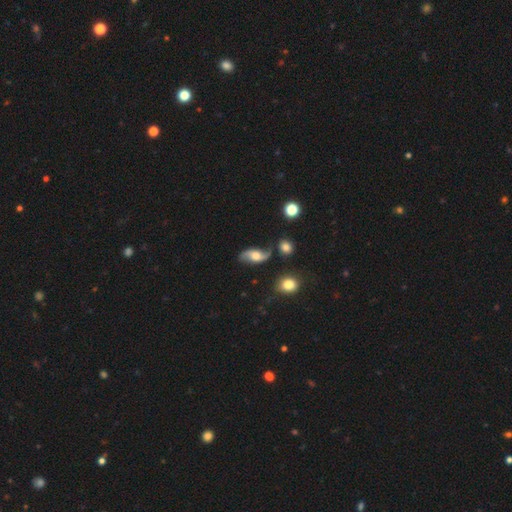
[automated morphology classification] Overall: featured or disk (67%). Edge-on disk: no (93%). Bar: no (61%; weak 31%). Spiral arms: yes (93%). Spiral arm count: 2 (92%). Spiral winding: loose (80%). Bulge size: moderate (56%; large 22%). Merging: none (68%).